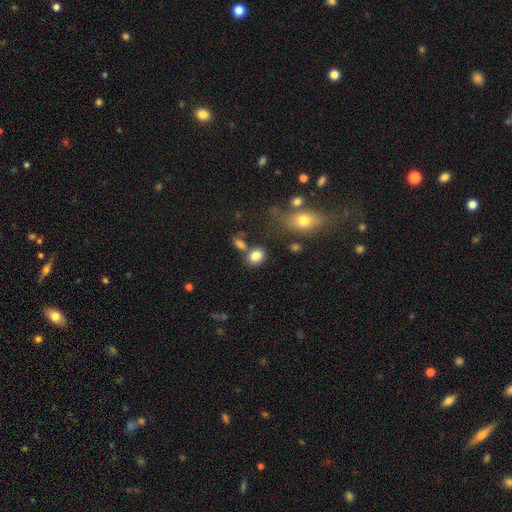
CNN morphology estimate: Q: Smooth or featured?
A: smooth (82%); runner-up: star or artifact (10%)
Q: How rounded?
A: in between (54%); runner-up: round (44%)
Q: Merging?
A: none (64%); runner-up: merger (18%)